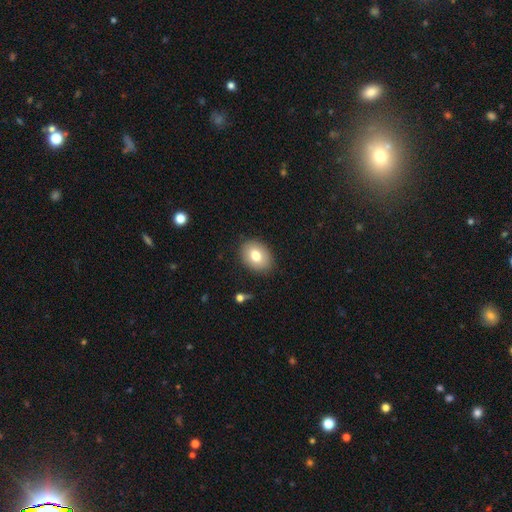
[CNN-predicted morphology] Q: Smooth or featured?
A: smooth (77%); runner-up: featured or disk (15%)
Q: How rounded?
A: in between (71%); runner-up: round (29%)
Q: Merging?
A: none (87%); runner-up: minor disturbance (10%)